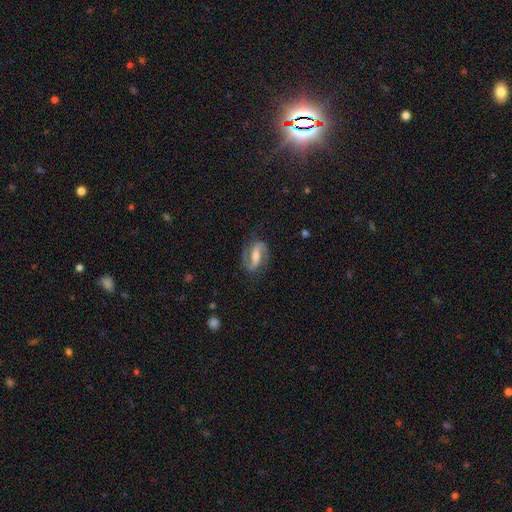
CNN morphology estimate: featured or disk 83%, smooth 12%, star or artifact 6%. Down the decision tree: edge-on disk — no (95%); bar — strong (49%); spiral arms — yes (95%); spiral arm count — 2 (92%); spiral winding — medium (48%); bulge size — moderate (54%); merging — none (80%).